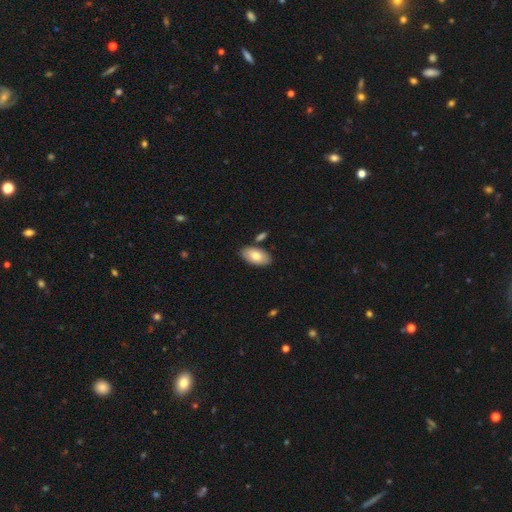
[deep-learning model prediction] Smooth or featured? smooth (76%)
How rounded? in between (95%)
Merging? none (82%)